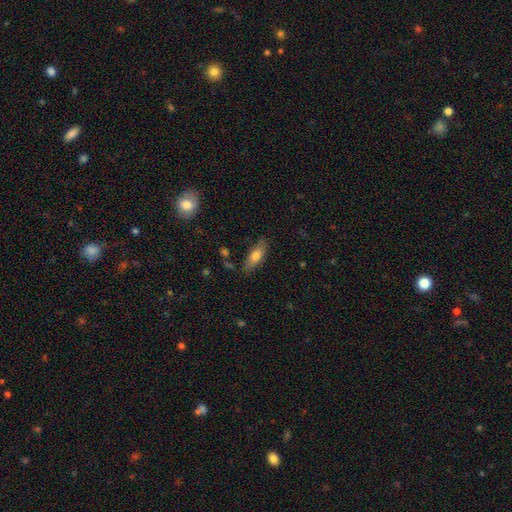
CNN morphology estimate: smooth-or-featured: smooth: 71% | featured or disk: 22% | star or artifact: 7%
  how-rounded: in between: 65% | cigar-shaped: 32% | round: 3%
  merging: none: 79% | minor disturbance: 15% | major disturbance: 3% | merger: 2%